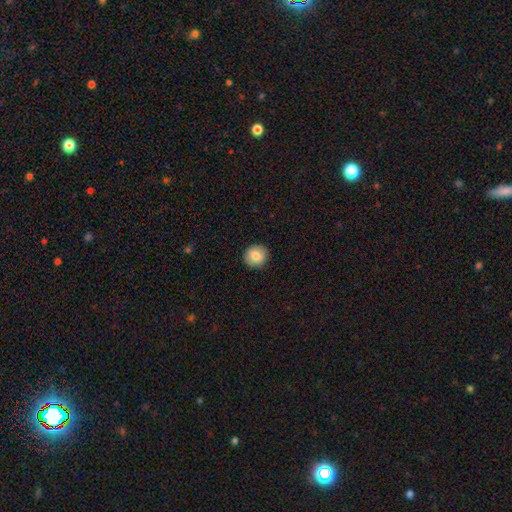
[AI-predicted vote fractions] Smooth or featured? smooth (80%)
How rounded? round (89%)
Merging? none (90%)